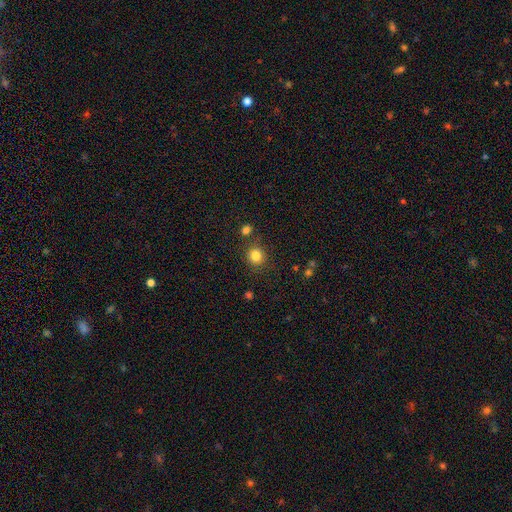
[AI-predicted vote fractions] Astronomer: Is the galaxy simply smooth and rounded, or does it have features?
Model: smooth — 83%.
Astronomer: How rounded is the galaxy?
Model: round — 88%.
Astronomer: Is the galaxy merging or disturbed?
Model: none — 82%.